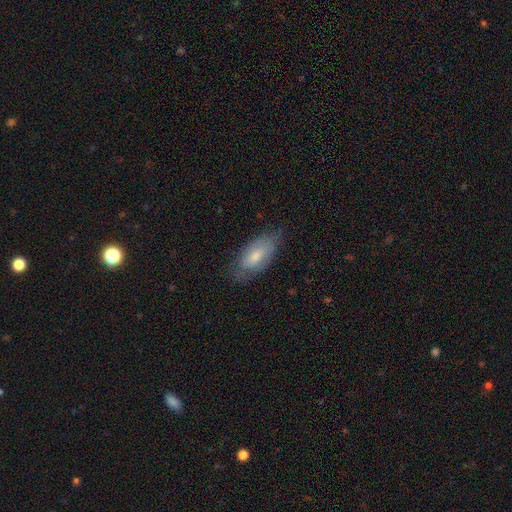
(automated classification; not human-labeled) A smooth galaxy with no disk features (65%) that is in between round and cigar-shaped (88%). Merging: none (68%).